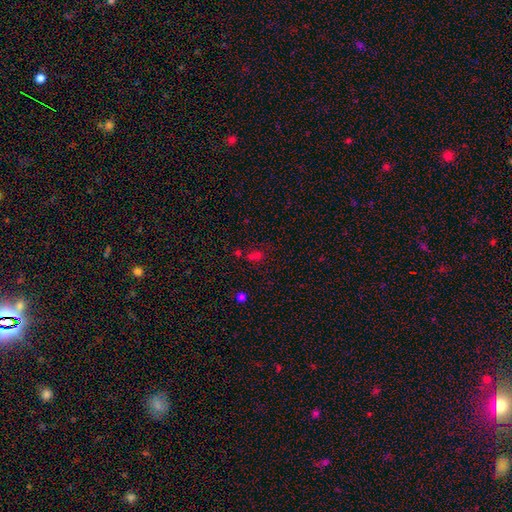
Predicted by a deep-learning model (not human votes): Q: Smooth or featured?
A: smooth (46%); runner-up: star or artifact (42%)
Q: Merging?
A: none (50%); runner-up: merger (33%)